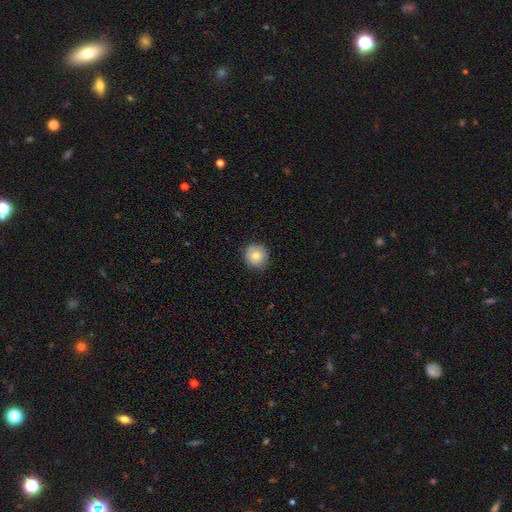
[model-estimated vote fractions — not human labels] A smooth galaxy with no disk features (78%) that is round (91%).

Vote fractions:
- Smooth or featured? smooth: 78% / featured or disk: 13% / star or artifact: 8%
- How rounded? round: 91% / in between: 8% / cigar-shaped: 1%
- Merging? none: 82% / minor disturbance: 14% / major disturbance: 3% / merger: 1%